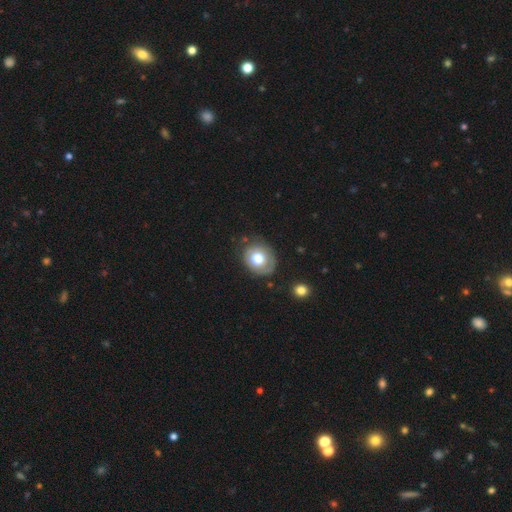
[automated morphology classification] smooth 67%, featured or disk 24%, star or artifact 9%. Down the decision tree: how rounded — round (71%); merging — none (75%).